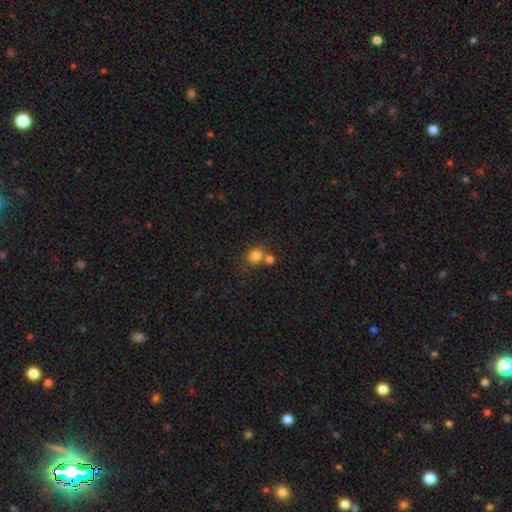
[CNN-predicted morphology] Overall: smooth (80%). How rounded: round (81%). Merging: none (57%; merger 30%).